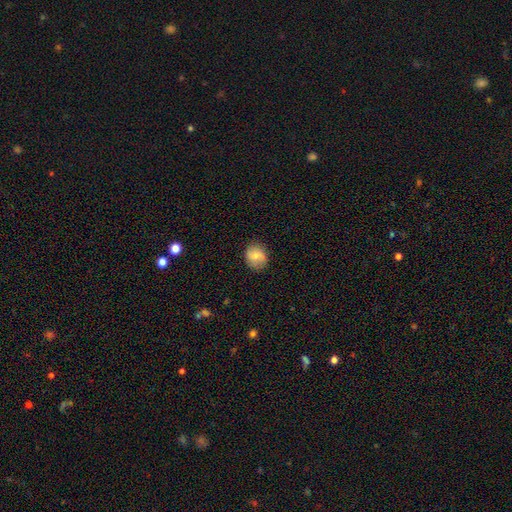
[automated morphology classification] A smooth galaxy with no disk features (73%) that is round (64%).

Vote fractions:
- Smooth or featured? smooth: 73% / featured or disk: 19% / star or artifact: 8%
- How rounded? round: 64% / in between: 35% / cigar-shaped: 1%
- Merging? none: 81% / minor disturbance: 15% / major disturbance: 4% / merger: 1%